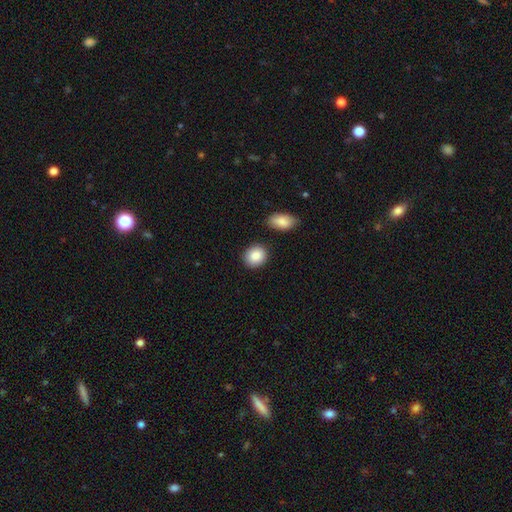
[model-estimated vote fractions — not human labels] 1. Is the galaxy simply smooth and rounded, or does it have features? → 88% smooth, 6% star or artifact, 5% featured or disk.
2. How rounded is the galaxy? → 69% round, 29% in between, 1% cigar-shaped.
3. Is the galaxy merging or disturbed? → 83% none, 9% minor disturbance, 5% merger, 2% major disturbance.